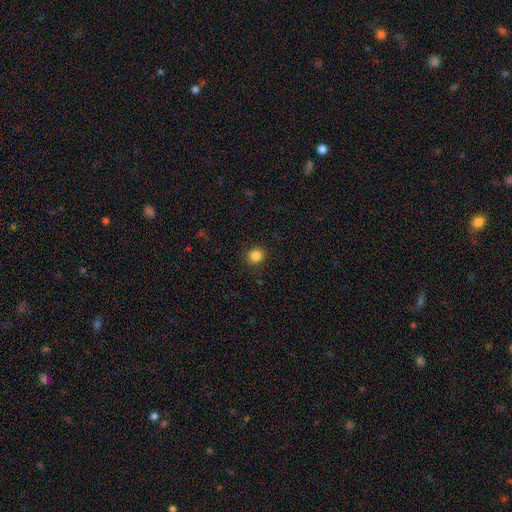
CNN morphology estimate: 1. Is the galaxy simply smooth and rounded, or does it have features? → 85% smooth, 11% star or artifact, 4% featured or disk.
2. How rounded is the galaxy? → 86% round, 14% in between, 1% cigar-shaped.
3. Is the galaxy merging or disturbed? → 91% none, 6% minor disturbance, 2% major disturbance, 1% merger.